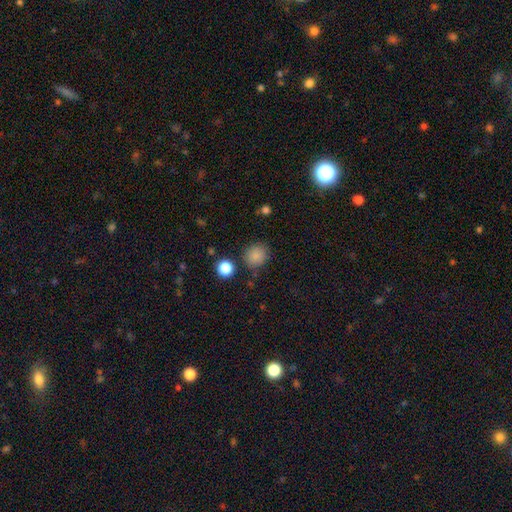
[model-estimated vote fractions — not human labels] Smooth or featured? Predicted: smooth (p=0.84). How rounded? Predicted: round (p=0.85). Merging? Predicted: none (p=0.82).